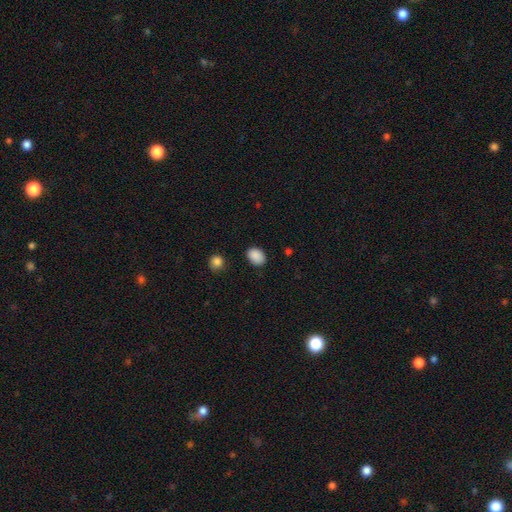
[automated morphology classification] This is clearly a smooth galaxy (89%). How rounded: likely in between (72%). Merging: clearly none (85%).